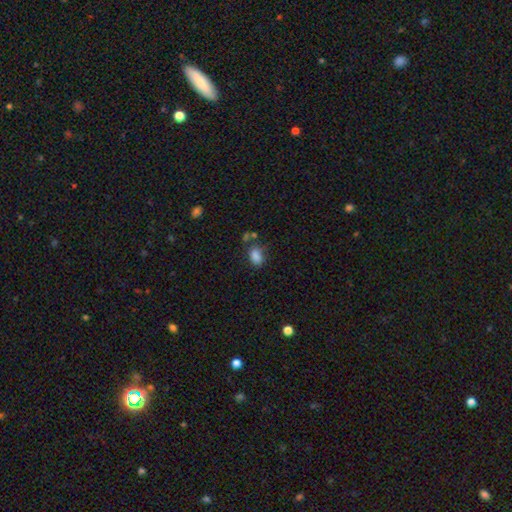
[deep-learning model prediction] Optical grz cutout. It shows a smooth galaxy with no disk features (85%) that is in between round and cigar-shaped (86%). Merging: none (63%).